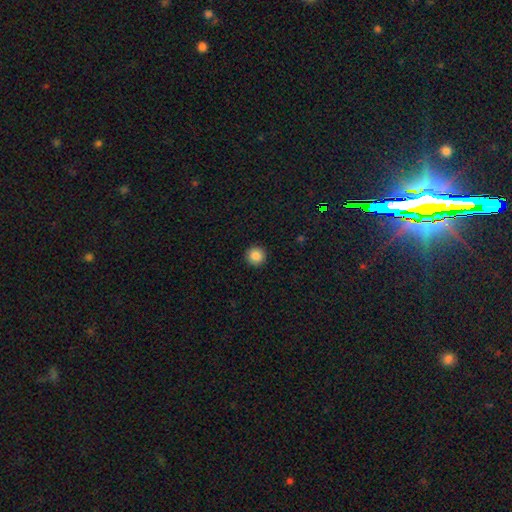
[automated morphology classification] A smooth galaxy with no disk features (87%) that is round (96%). Merging: none (93%).